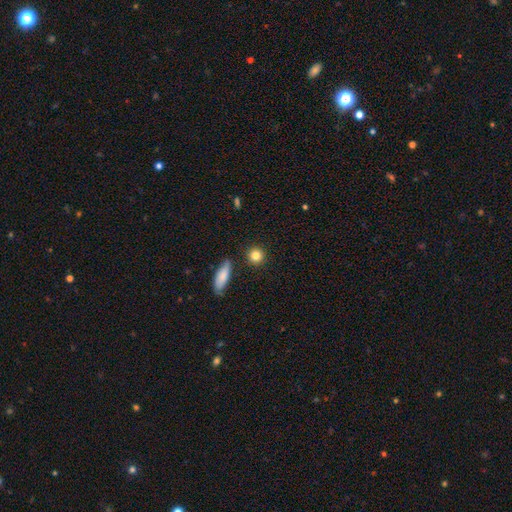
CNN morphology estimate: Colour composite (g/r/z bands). It shows a smooth galaxy with no disk features (83%) that is round (89%). Merging: none (89%).